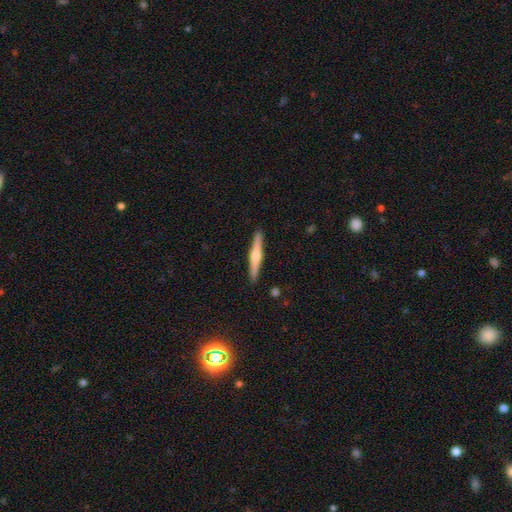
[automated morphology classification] Smooth or featured: featured or disk — 55% (smooth — 40%)
Edge-on disk: yes — 98% (no — 2%)
Edge-on bulge: rounded — 78% (boxy — 11%)
Merging: none — 91% (minor disturbance — 6%)